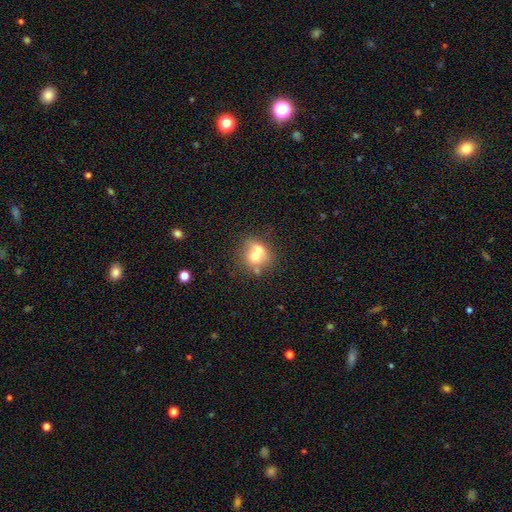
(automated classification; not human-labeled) Smooth or featured: smooth — 62% (featured or disk — 27%)
How rounded: round — 76% (in between — 23%)
Merging: merger — 54% (none — 34%)